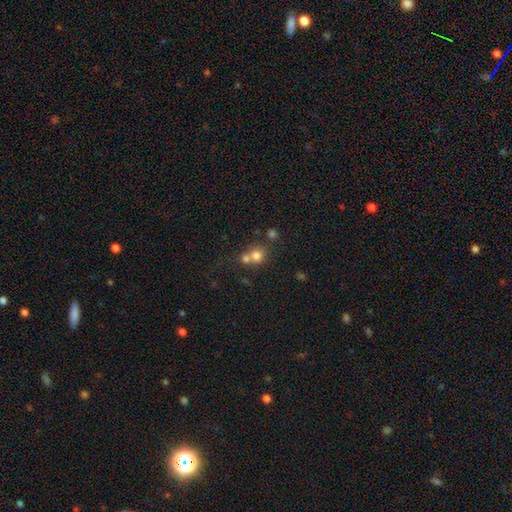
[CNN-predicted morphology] A smooth galaxy with no disk features (74%) that is round (85%). Merging: merger (48%).